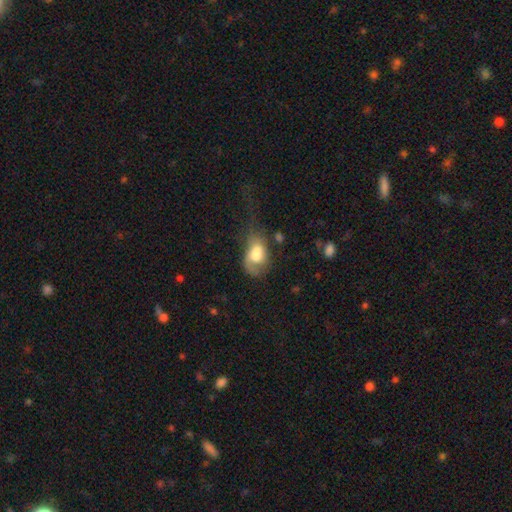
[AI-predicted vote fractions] Smooth or featured: smooth — 57% (featured or disk — 34%)
How rounded: in between — 83% (round — 15%)
Merging: major disturbance — 39% (none — 26%)